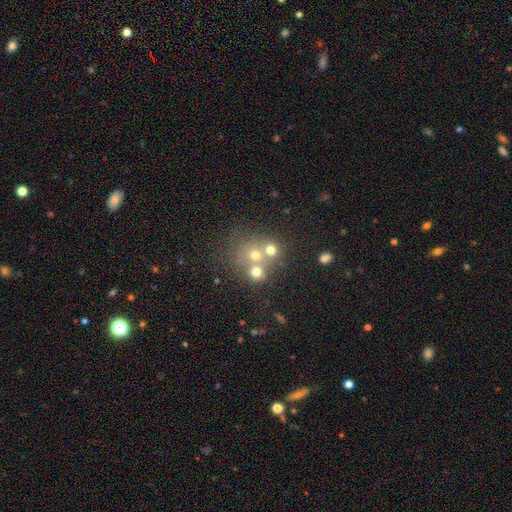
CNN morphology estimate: This appears to be a smooth galaxy with no disk features (54%) that is round (80%). Merging: merger (44%).